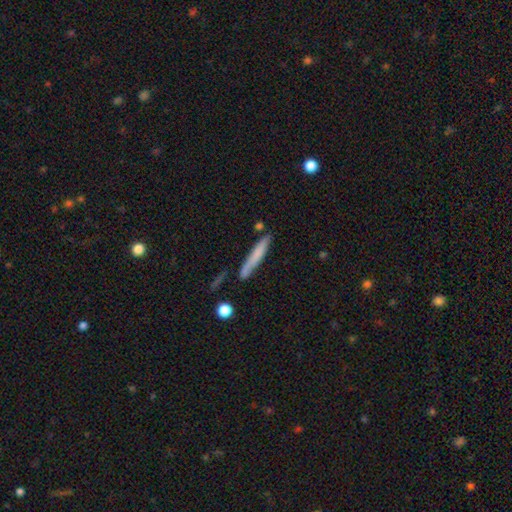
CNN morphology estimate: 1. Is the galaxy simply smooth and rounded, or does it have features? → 65% smooth, 28% featured or disk, 7% star or artifact.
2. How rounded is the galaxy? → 94% cigar-shaped, 4% in between, 2% round.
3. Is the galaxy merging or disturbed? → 72% none, 17% minor disturbance, 6% merger, 4% major disturbance.